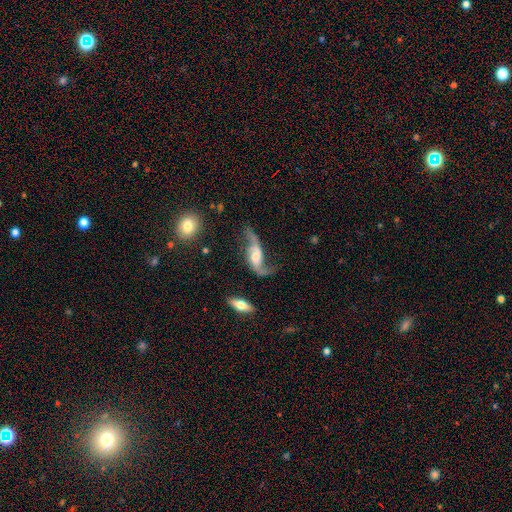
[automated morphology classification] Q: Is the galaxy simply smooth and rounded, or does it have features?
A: featured or disk — 85%.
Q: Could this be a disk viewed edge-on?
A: no — 92%.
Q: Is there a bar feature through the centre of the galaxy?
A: weak — 45%.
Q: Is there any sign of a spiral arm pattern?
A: yes — 95%.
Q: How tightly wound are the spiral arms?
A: loose — 86%.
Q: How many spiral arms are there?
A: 2 — 91%.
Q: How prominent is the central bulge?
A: moderate — 40%.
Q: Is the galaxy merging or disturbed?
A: none — 55%.